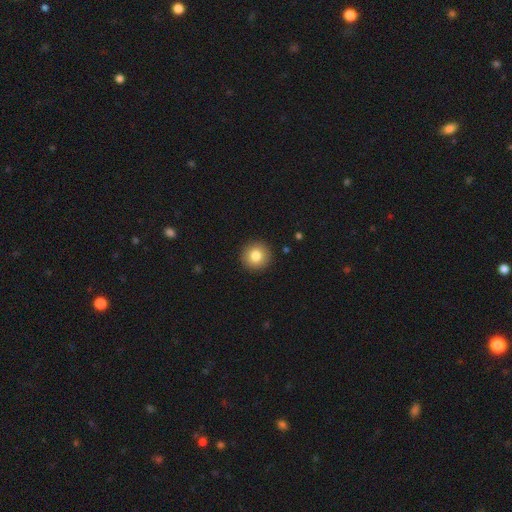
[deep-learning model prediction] Morphology: type=smooth (81%); roundness=round (94%); merging=none (93%).